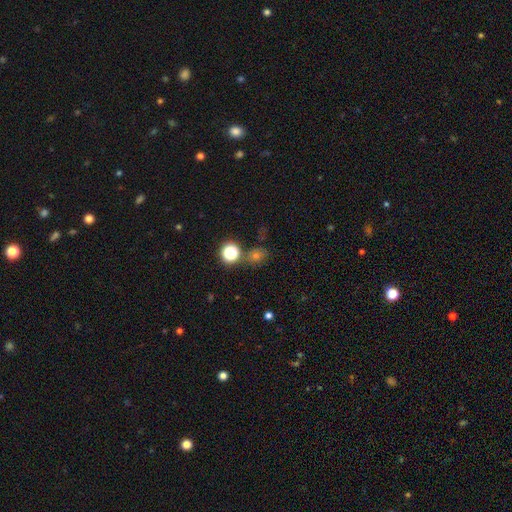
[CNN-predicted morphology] Smooth or featured? Predicted: smooth (p=0.46). Merging? Predicted: none (p=0.74).